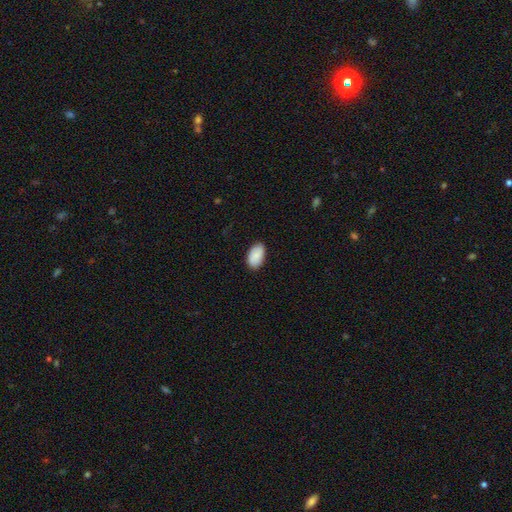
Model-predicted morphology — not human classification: This appears to be a smooth galaxy with no disk features (87%) that is in between round and cigar-shaped (94%). Merging: none (87%).